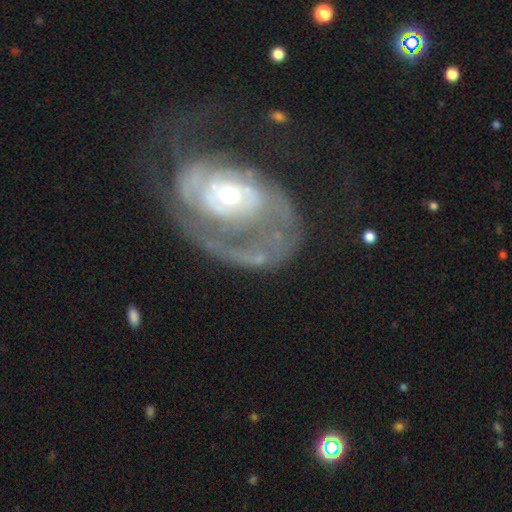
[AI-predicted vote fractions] The model was most divided on "spiral arm count": 1: 36%, 2: 26%, can't tell: 26%, 3: 6%, 4: 3%, more than 4: 3%. Remaining: edge-on disk — no (97%); smooth or featured — featured or disk (81%); spiral arms — yes (77%); bar — no (70%); bulge size — moderate (65%); merging — major disturbance (52%); spiral winding — tight (47%).